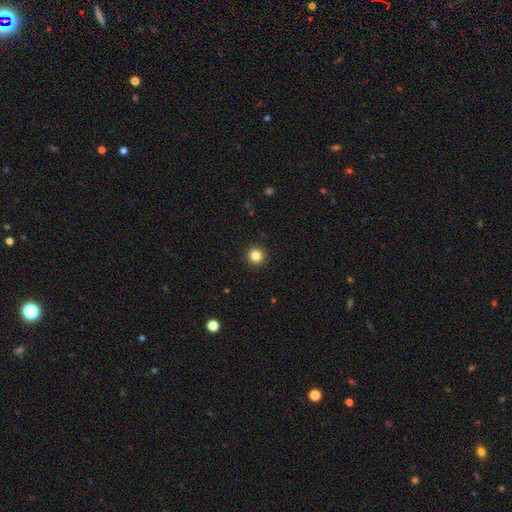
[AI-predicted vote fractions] Smooth or featured? smooth (83%)
How rounded? round (94%)
Merging? none (93%)